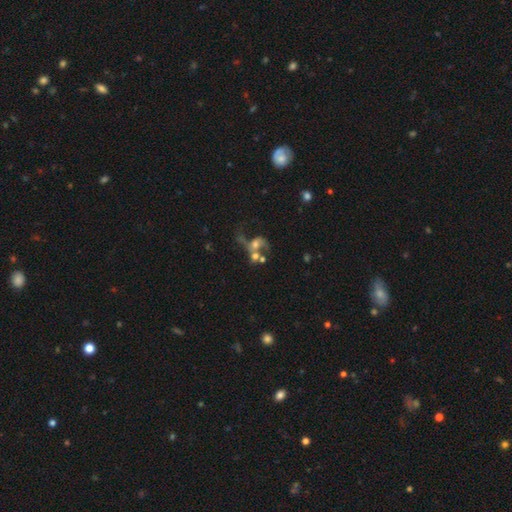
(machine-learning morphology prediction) A featured or disk galaxy (53%) with no bar (72%), spiral arms (61%) and a moderate central bulge (44%).

Vote fractions:
- Smooth or featured? featured or disk: 53% / smooth: 32% / star or artifact: 15%
- Edge-on disk? no: 96% / yes: 4%
- Bar? no: 72% / weak: 21% / strong: 7%
- Spiral arms? yes: 61% / no: 39%
- Bulge size? moderate: 44% / small: 21% / large: 18% / none: 13% / dominant: 4%
- Merging? merger: 51% / major disturbance: 21% / none: 20% / minor disturbance: 9%